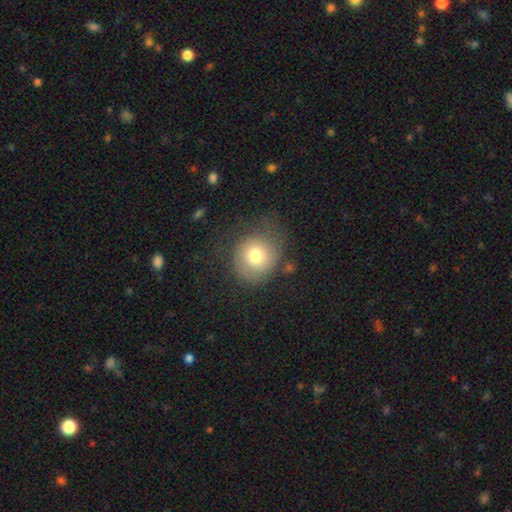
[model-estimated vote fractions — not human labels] Smooth or featured? Predicted: smooth (p=0.74). How rounded? Predicted: round (p=0.84). Merging? Predicted: none (p=0.58).